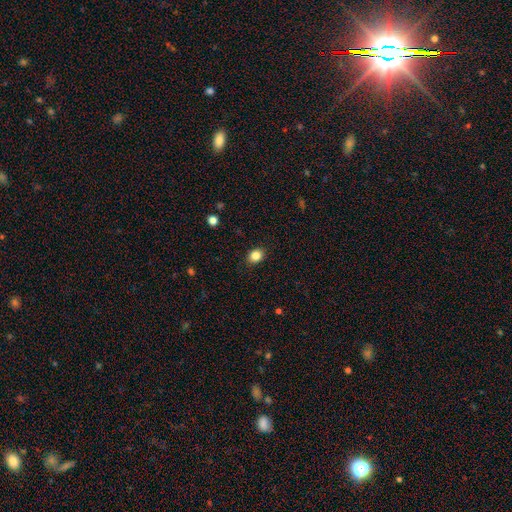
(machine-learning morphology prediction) smooth 85%, star or artifact 10%, featured or disk 4%. Down the decision tree: how rounded — round (53%); merging — none (89%).